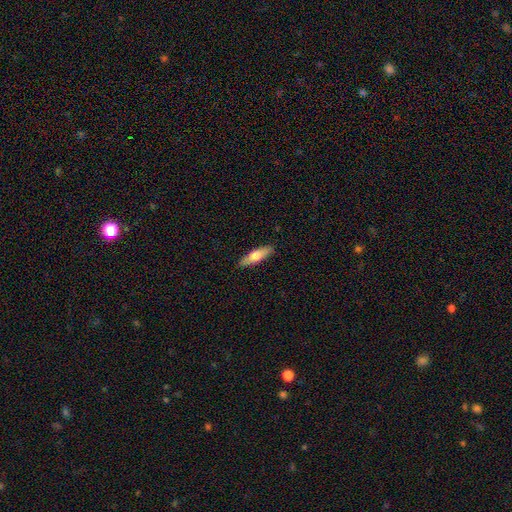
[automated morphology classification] Q: Smooth or featured?
A: smooth (58%); runner-up: featured or disk (36%)
Q: How rounded?
A: cigar-shaped (60%); runner-up: in between (38%)
Q: Merging?
A: none (89%); runner-up: minor disturbance (8%)